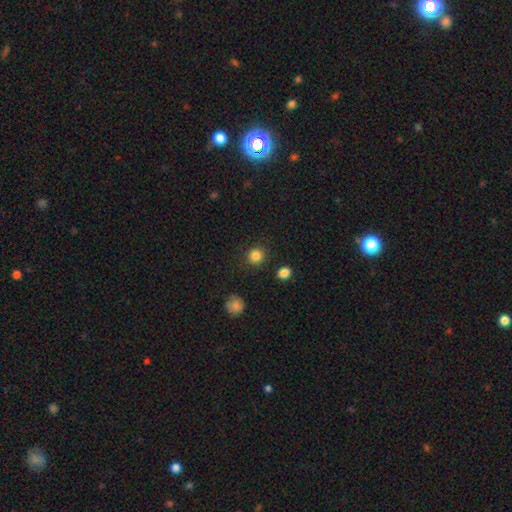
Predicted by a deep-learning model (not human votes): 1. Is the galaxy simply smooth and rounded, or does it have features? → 85% smooth, 11% star or artifact, 4% featured or disk.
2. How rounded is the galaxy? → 91% round, 8% in between, 1% cigar-shaped.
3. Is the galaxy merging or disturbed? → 89% none, 6% minor disturbance, 3% major disturbance, 2% merger.